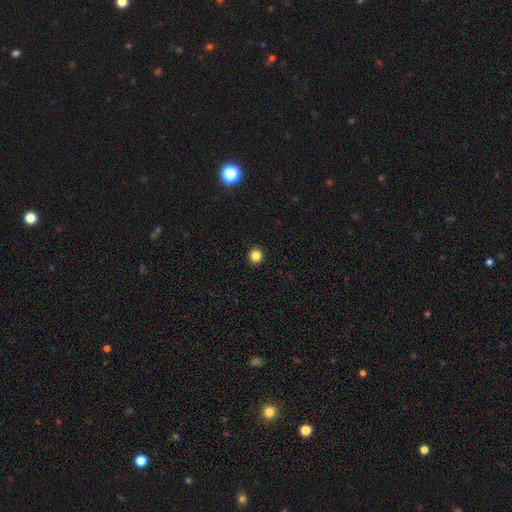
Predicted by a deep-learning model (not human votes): smooth 84%, star or artifact 12%, featured or disk 4%. Down the decision tree: how rounded — round (91%); merging — none (93%).